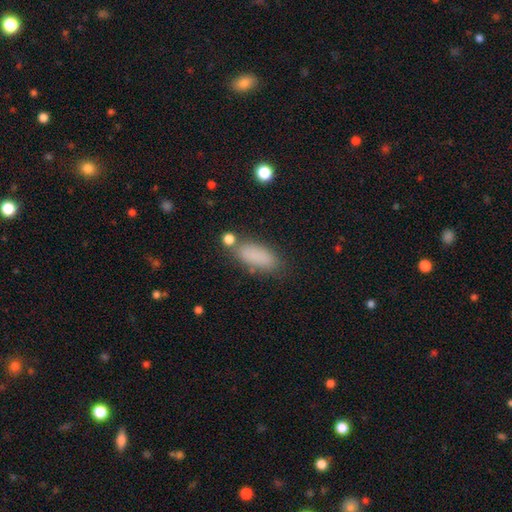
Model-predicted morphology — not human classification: Smooth or featured: smooth — 84% (star or artifact — 9%)
How rounded: in between — 77% (cigar-shaped — 19%)
Merging: none — 72% (minor disturbance — 16%)